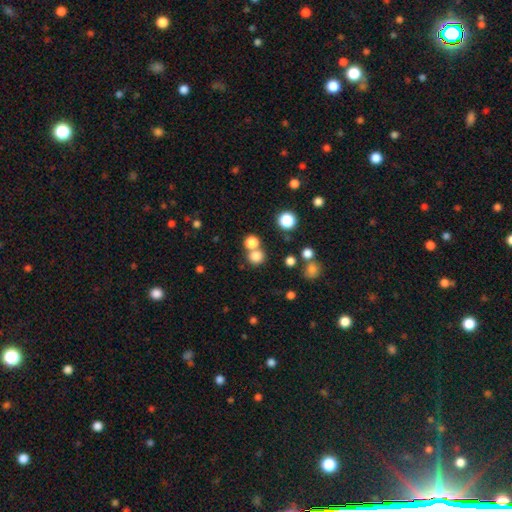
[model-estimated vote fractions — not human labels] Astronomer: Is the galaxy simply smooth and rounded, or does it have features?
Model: smooth — 78%.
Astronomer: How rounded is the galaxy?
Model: round — 90%.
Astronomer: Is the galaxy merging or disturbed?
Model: none — 65%.